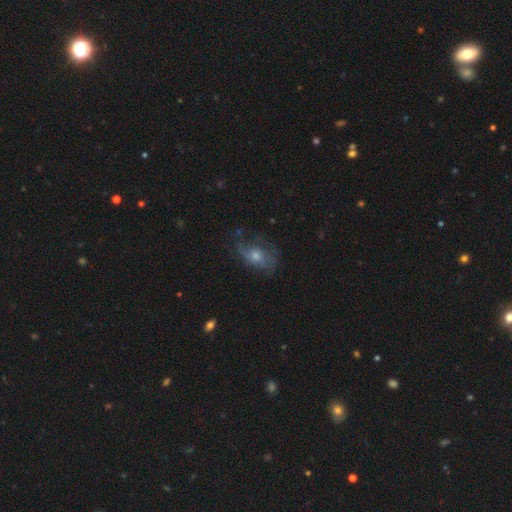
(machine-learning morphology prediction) Smooth or featured? featured or disk (58%)
Edge-on disk? no (94%)
Bar? no (75%)
Spiral arms? yes (73%)
Bulge size? moderate (54%)
Merging? none (52%)